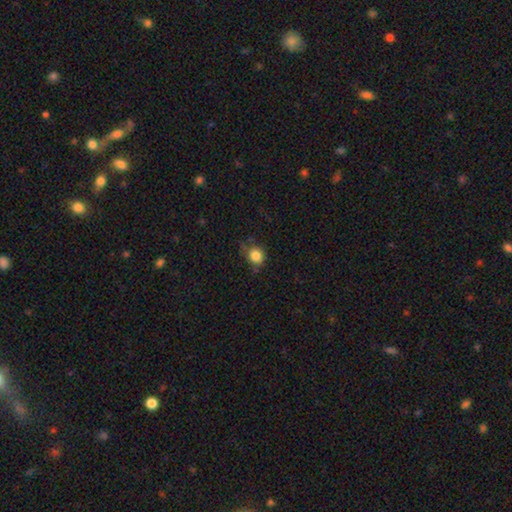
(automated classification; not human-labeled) smooth-or-featured: smooth: 83% | star or artifact: 11% | featured or disk: 6%
  how-rounded: round: 79% | in between: 21% | cigar-shaped: 1%
  merging: none: 64% | minor disturbance: 26% | major disturbance: 7% | merger: 3%